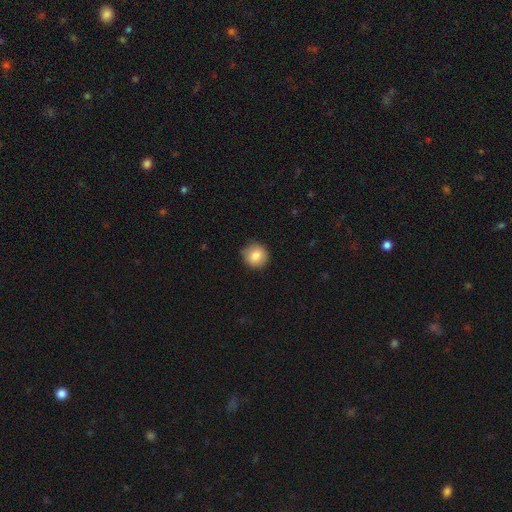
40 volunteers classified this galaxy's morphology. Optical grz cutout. It shows a smooth galaxy with no disk features (75%) that is round (97%). Merging: none (81%).